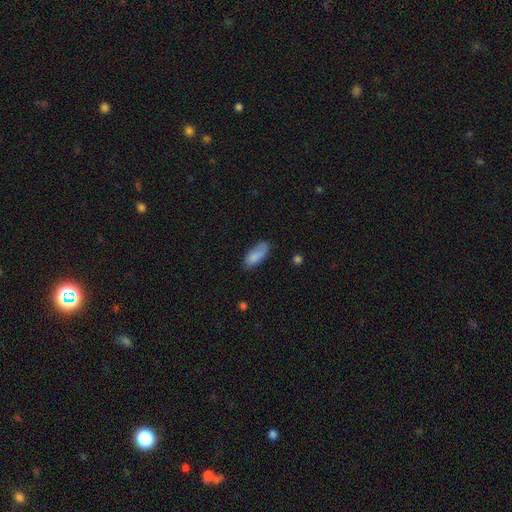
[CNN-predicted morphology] Smooth or featured? Predicted: smooth (p=0.83). How rounded? Predicted: in between (p=0.86). Merging? Predicted: none (p=0.64).